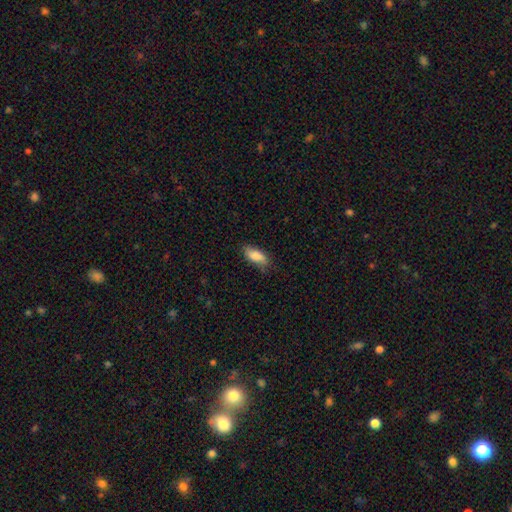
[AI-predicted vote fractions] This is clearly a smooth galaxy (83%). How rounded: clearly in between (83%). Merging: likely none (73%).